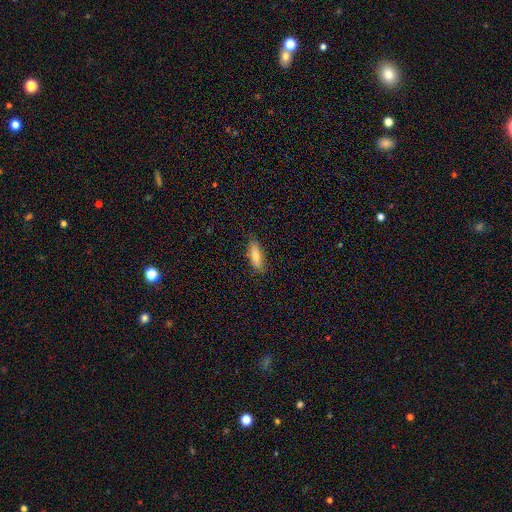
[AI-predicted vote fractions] Overall: smooth (73%). How rounded: in between (54%; cigar-shaped 44%). Merging: none (82%).